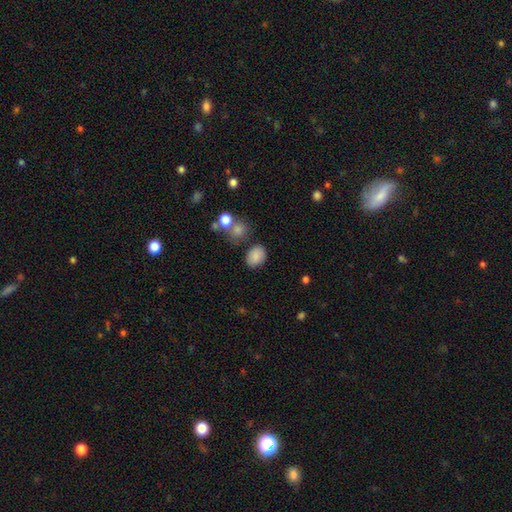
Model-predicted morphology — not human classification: type=smooth (84%); roundness=in between (65%); merging=none (75%).